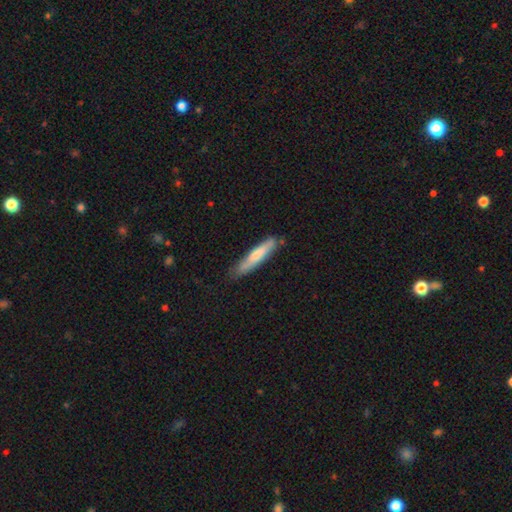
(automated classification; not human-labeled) This is likely a smooth galaxy (61%). How rounded: clearly cigar-shaped (89%). Merging: likely none (78%).